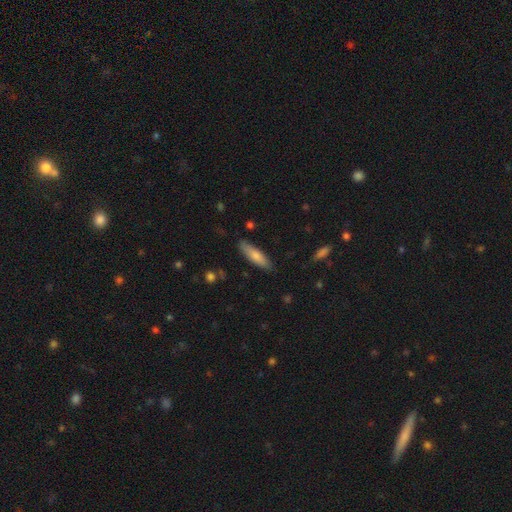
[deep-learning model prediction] A smooth galaxy with no disk features (76%) that is cigar-shaped (65%). Merging: none (85%).